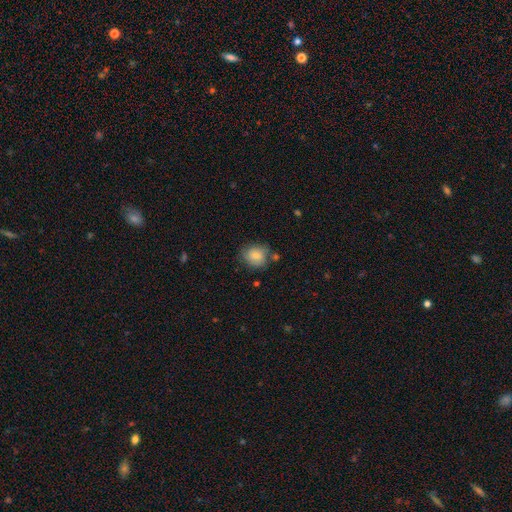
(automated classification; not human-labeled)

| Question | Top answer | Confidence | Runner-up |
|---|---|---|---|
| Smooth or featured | smooth | 74% | featured or disk (17%) |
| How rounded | round | 68% | in between (31%) |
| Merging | none | 68% | minor disturbance (21%) |